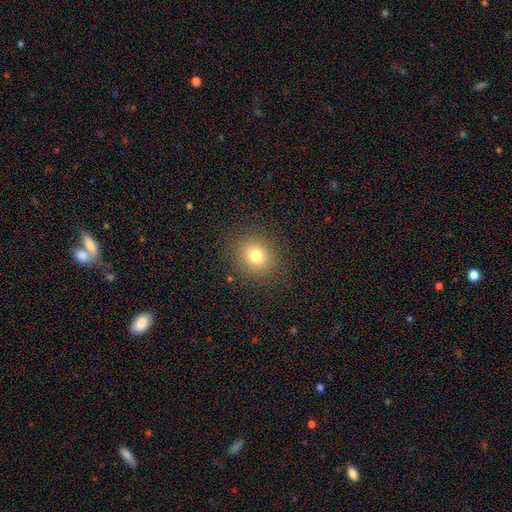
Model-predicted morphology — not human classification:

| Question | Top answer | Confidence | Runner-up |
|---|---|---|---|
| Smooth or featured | smooth | 76% | star or artifact (14%) |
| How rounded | round | 81% | in between (18%) |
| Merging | none | 88% | minor disturbance (7%) |